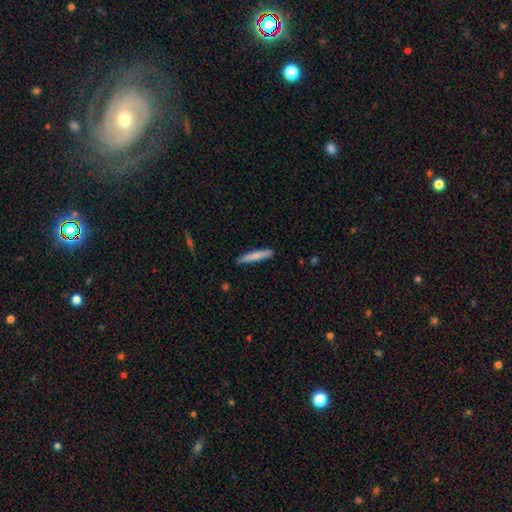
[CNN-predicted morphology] A smooth galaxy with no disk features (77%) that is cigar-shaped (93%).

Vote fractions:
- Smooth or featured? smooth: 77% / featured or disk: 18% / star or artifact: 5%
- How rounded? cigar-shaped: 93% / in between: 6% / round: 1%
- Merging? none: 86% / minor disturbance: 11% / major disturbance: 2% / merger: 1%